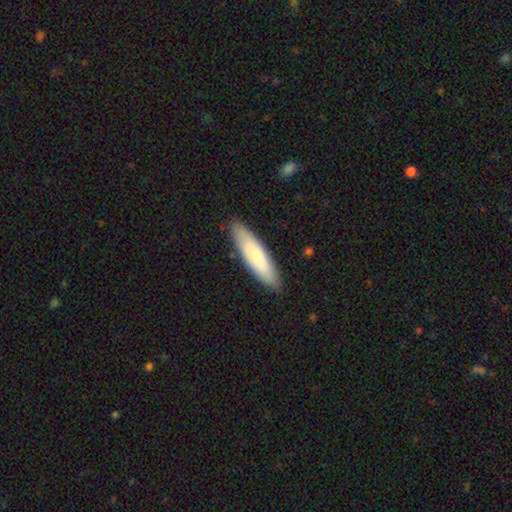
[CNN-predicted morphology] Smooth or featured? smooth (70%)
How rounded? cigar-shaped (70%)
Merging? none (88%)